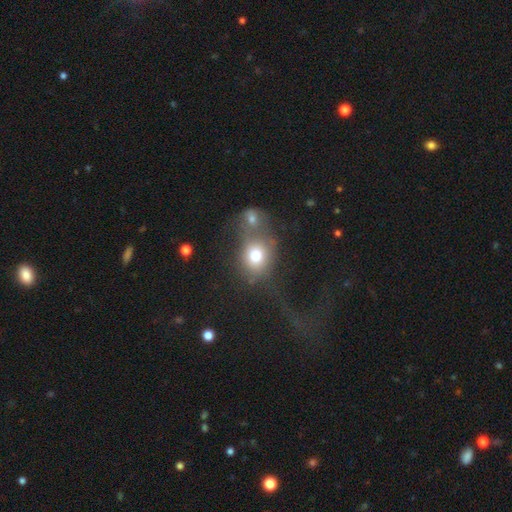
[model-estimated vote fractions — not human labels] Morphology: type=smooth (74%); roundness=round (67%); merging=merger (40%).